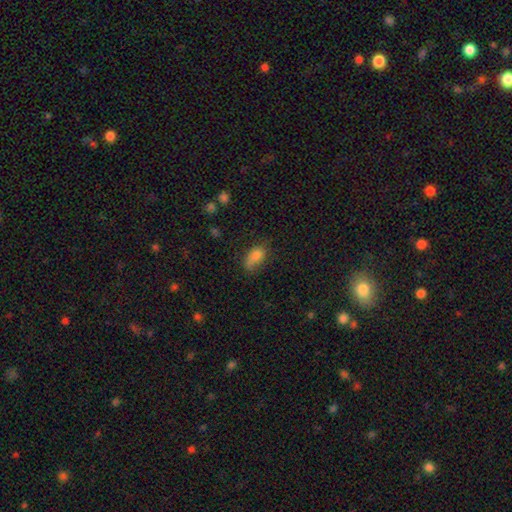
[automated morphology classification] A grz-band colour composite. It shows a smooth galaxy with no disk features (79%) that is in between round and cigar-shaped (86%). Merging: none (47%).